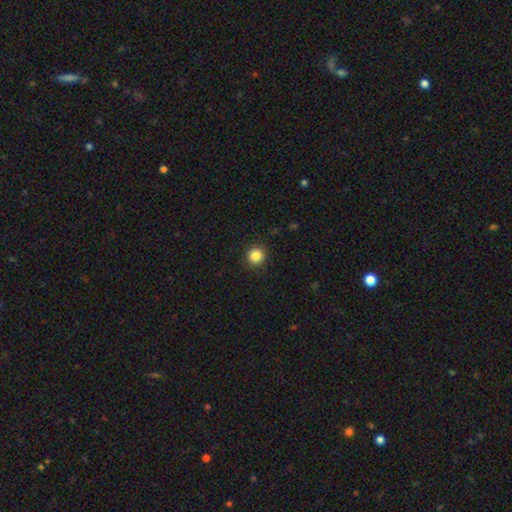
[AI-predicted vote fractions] smooth_or_featured: smooth (p=0.86) [alt: star or artifact p=0.11]
how_rounded: round (p=0.95) [alt: in between p=0.04]
merging: none (p=0.92) [alt: minor disturbance p=0.05]